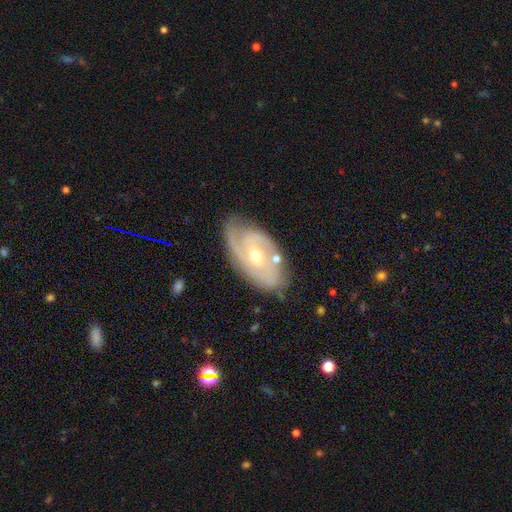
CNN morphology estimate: smooth_or_featured: featured or disk (p=0.84) [alt: smooth p=0.10]
disk_edge_on: no (p=0.94) [alt: yes p=0.06]
bar: no (p=0.56) [alt: weak p=0.34]
has_spiral_arms: yes (p=0.95) [alt: no p=0.05]
spiral_winding: tight (p=0.63) [alt: medium p=0.29]
spiral_arm_count: 2 (p=0.40) [alt: can't tell p=0.24]
bulge_size: moderate (p=0.51) [alt: small p=0.46]
merging: none (p=0.73) [alt: minor disturbance p=0.18]